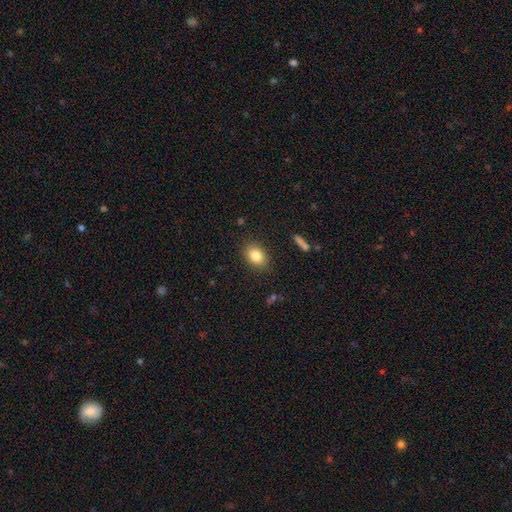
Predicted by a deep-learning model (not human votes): A smooth galaxy with no disk features (83%) that is in between round and cigar-shaped (76%). Merging: none (87%).